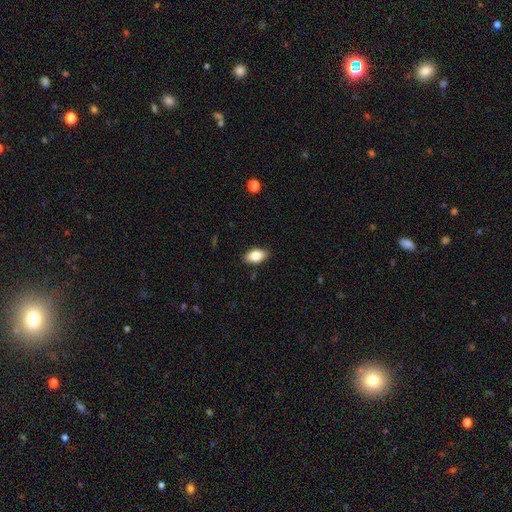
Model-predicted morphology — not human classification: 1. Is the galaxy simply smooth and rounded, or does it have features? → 81% smooth, 12% featured or disk, 7% star or artifact.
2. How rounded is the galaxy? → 91% in between, 5% round, 4% cigar-shaped.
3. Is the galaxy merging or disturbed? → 86% none, 11% minor disturbance, 2% major disturbance, 1% merger.